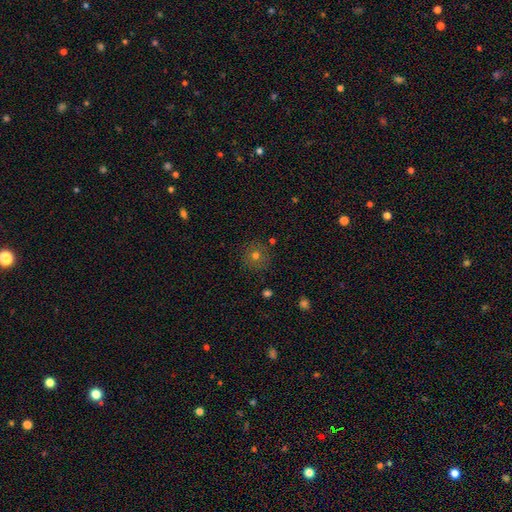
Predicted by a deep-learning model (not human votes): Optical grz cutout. It shows a smooth galaxy with no disk features (70%) that is round (94%). Merging: none (87%).